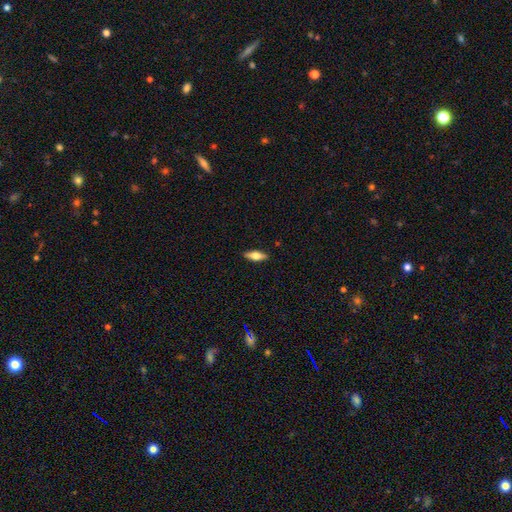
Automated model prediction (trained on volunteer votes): smooth_or_featured: smooth (p=0.51) [alt: featured or disk p=0.42]
how_rounded: in between (p=0.57) [alt: cigar-shaped p=0.40]
merging: none (p=0.90) [alt: minor disturbance p=0.08]